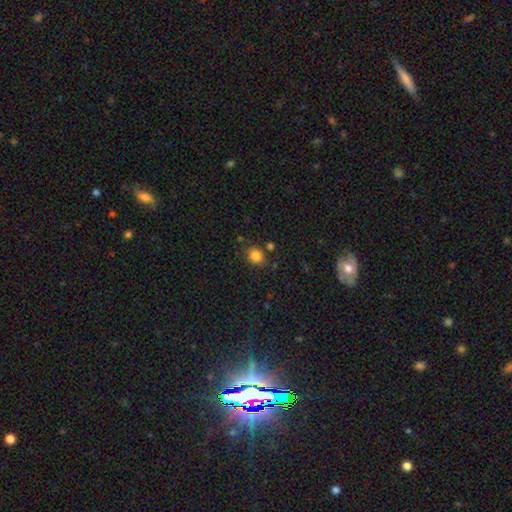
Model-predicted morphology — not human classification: This appears to be a smooth galaxy with no disk features (84%) that is round (68%). Merging: none (79%).